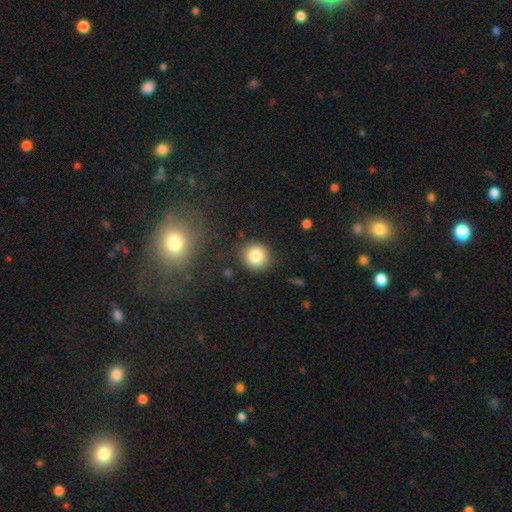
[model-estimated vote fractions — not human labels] Smooth or featured?
  - smooth: 83% *
  - star or artifact: 11%
  - featured or disk: 7%
How rounded?
  - round: 92% *
  - in between: 7%
  - cigar-shaped: 1%
Merging?
  - none: 88% *
  - minor disturbance: 7%
  - major disturbance: 2%
  - merger: 2%